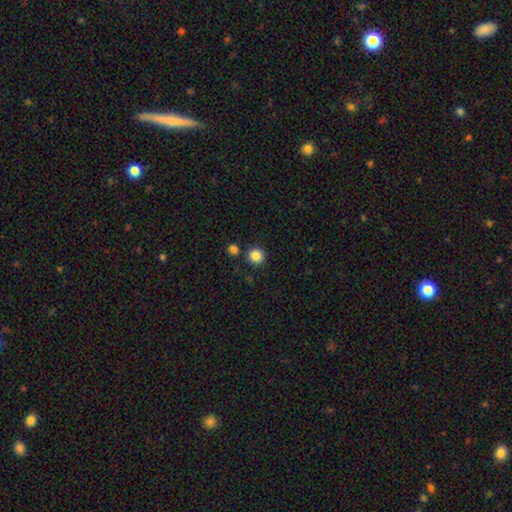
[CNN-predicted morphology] Smooth or featured? Predicted: smooth (p=0.86). How rounded? Predicted: round (p=0.95). Merging? Predicted: none (p=0.87).